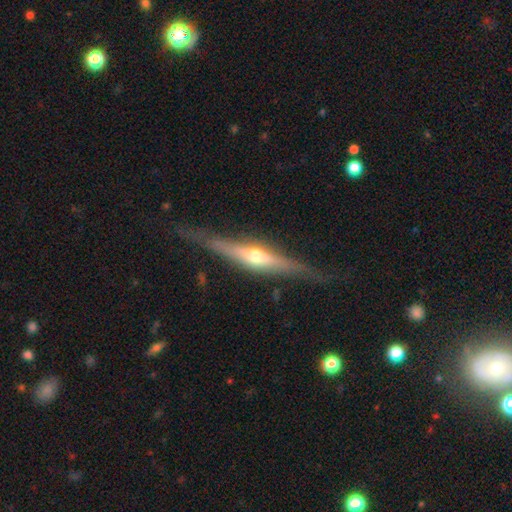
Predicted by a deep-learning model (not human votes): Smooth or featured? featured or disk (77%)
Edge-on disk? yes (96%)
Edge-on bulge? rounded (88%)
Merging? none (82%)